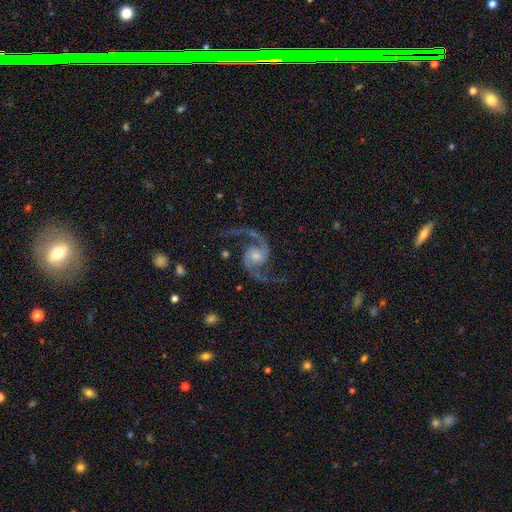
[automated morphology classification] Q: Smooth or featured?
A: featured or disk (93%); runner-up: star or artifact (4%)
Q: Edge-on disk?
A: no (98%); runner-up: yes (2%)
Q: Bar?
A: no (63%); runner-up: weak (29%)
Q: Spiral arms?
A: yes (99%); runner-up: no (1%)
Q: Spiral winding?
A: loose (47%); runner-up: medium (46%)
Q: Spiral arm count?
A: 2 (95%); runner-up: 3 (1%)
Q: Bulge size?
A: small (44%); runner-up: moderate (42%)
Q: Merging?
A: none (81%); runner-up: minor disturbance (11%)